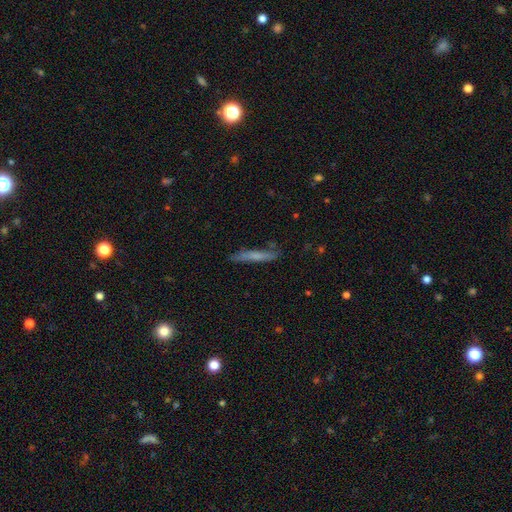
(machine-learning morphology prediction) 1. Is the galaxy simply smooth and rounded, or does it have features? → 61% smooth, 32% featured or disk, 7% star or artifact.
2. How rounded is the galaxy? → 94% cigar-shaped, 4% in between, 2% round.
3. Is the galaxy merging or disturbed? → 81% none, 14% minor disturbance, 3% major disturbance, 2% merger.